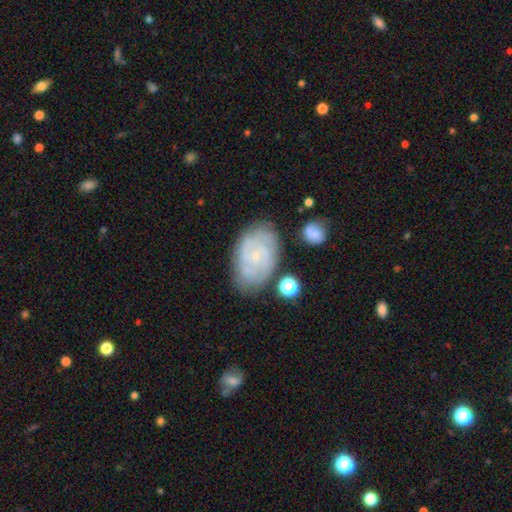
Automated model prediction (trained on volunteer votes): The model was most divided on "spiral arm count": can't tell: 35%, 2: 31%, 3: 17%, 4: 8%, 1: 4%, more than 4: 4%. More confident: edge-on disk — no (97%); spiral arms — yes (91%); bulge size — small (81%); smooth or featured — featured or disk (76%); merging — none (72%); bar — no (70%); spiral winding — tight (67%).